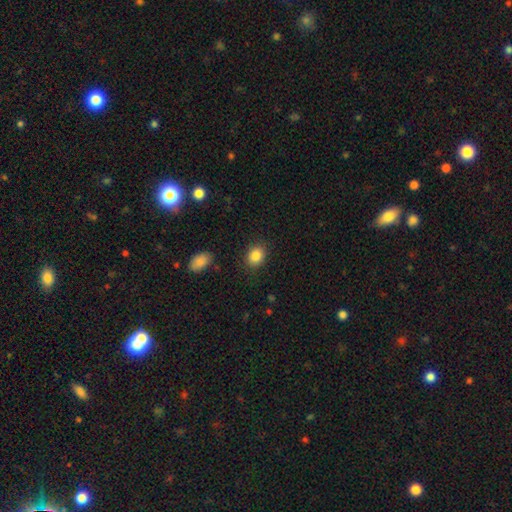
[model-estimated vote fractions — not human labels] Smooth or featured? smooth (86%)
How rounded? in between (53%)
Merging? none (87%)